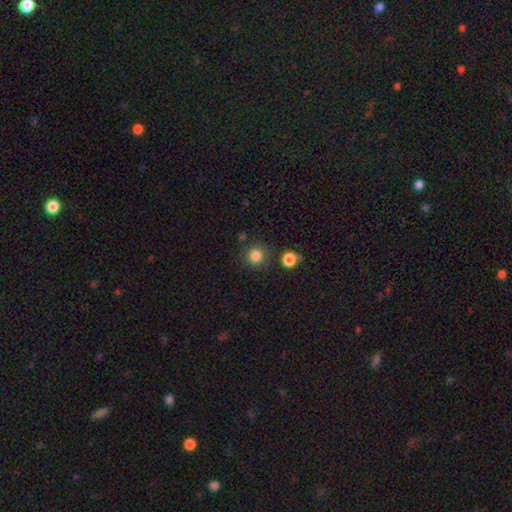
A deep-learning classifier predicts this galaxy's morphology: smooth_or_featured: smooth (p=0.84) [alt: star or artifact p=0.12]
how_rounded: round (p=0.90) [alt: in between p=0.09]
merging: none (p=0.83) [alt: minor disturbance p=0.09]